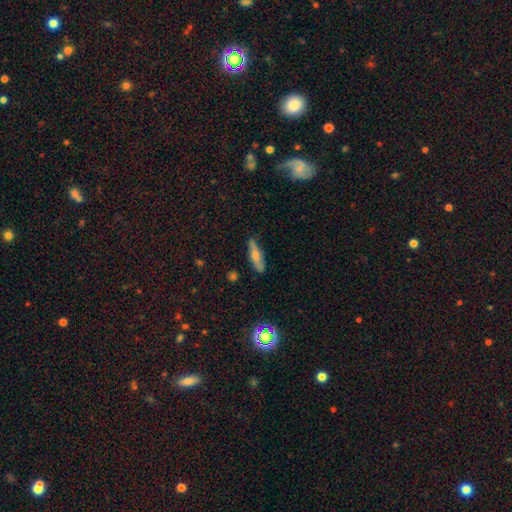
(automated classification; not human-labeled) This appears to be a smooth galaxy with no disk features (56%) that is cigar-shaped (64%). Merging: none (79%).